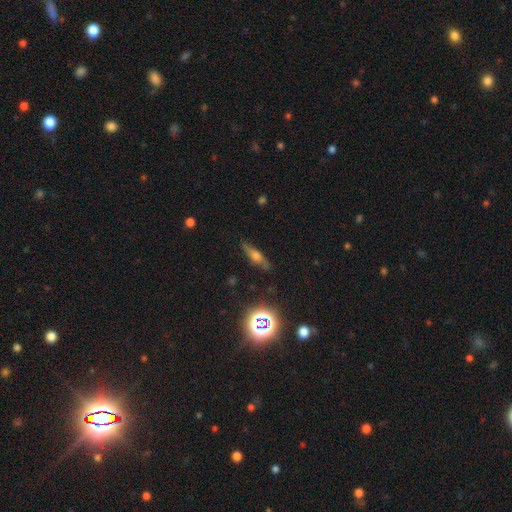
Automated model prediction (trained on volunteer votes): Smooth or featured? featured or disk (49%)
Merging? none (81%)